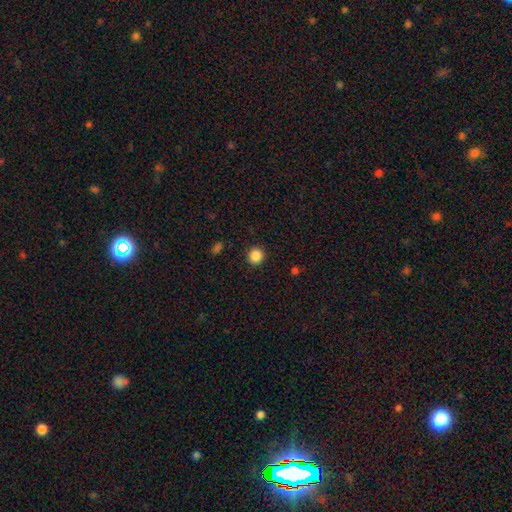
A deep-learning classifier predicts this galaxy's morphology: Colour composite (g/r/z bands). It shows a smooth galaxy with no disk features (87%) that is round (91%). Merging: none (92%).